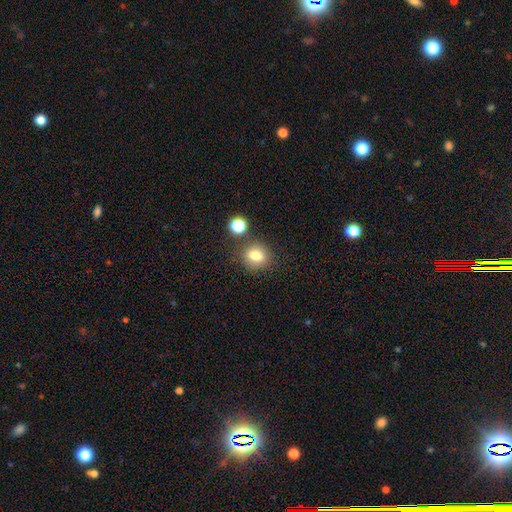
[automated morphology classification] Smooth or featured: smooth — 79% (star or artifact — 12%)
How rounded: round — 67% (in between — 32%)
Merging: none — 77% (minor disturbance — 11%)